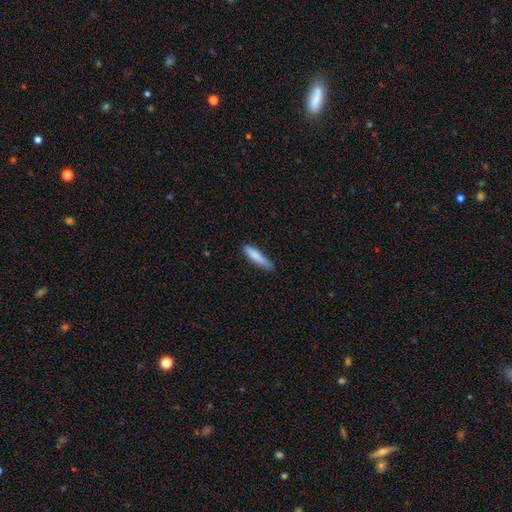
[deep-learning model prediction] This appears to be a smooth galaxy with no disk features (81%) that is cigar-shaped (84%). Merging: none (68%).